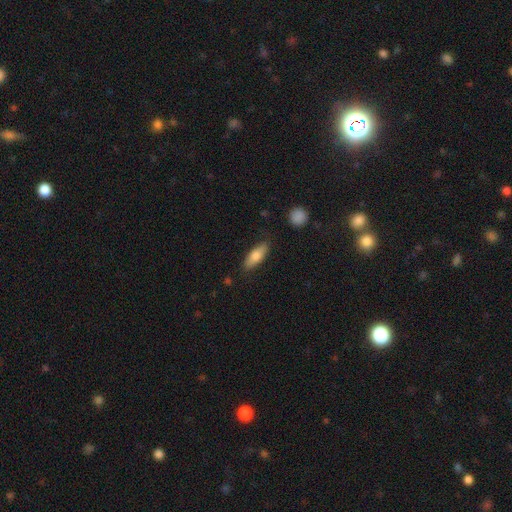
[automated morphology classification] type=smooth (74%); roundness=in between (65%); merging=none (82%).